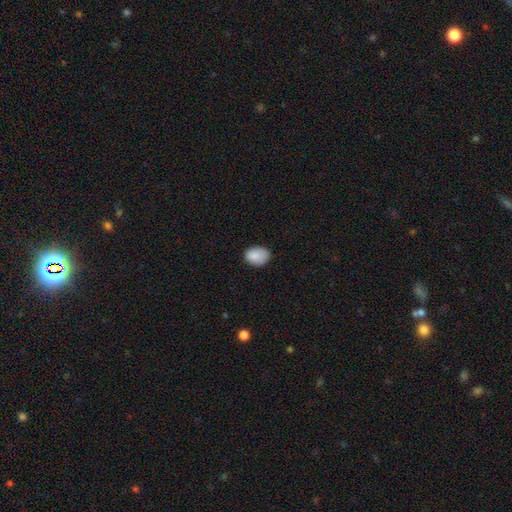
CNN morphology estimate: Smooth or featured? smooth (88%)
How rounded? in between (74%)
Merging? none (75%)